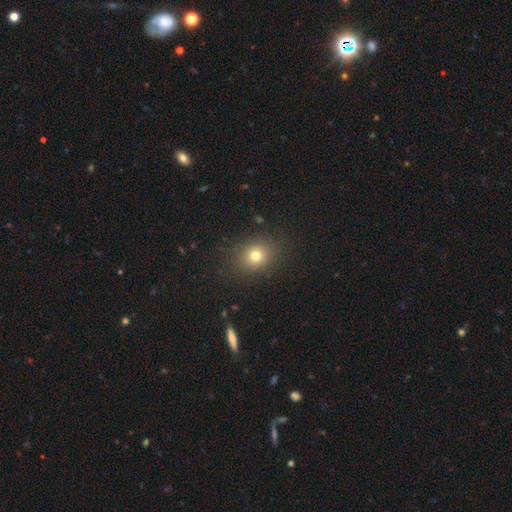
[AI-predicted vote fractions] Overall: smooth (76%). How rounded: round (71%). Merging: none (87%).